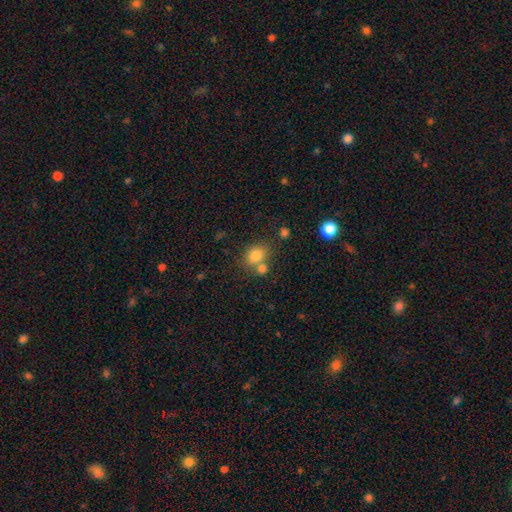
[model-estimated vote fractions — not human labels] The model was most divided on "how rounded": round: 54%, in between: 45%, cigar-shaped: 1%. More confident: smooth or featured — smooth (80%); merging — none (56%).